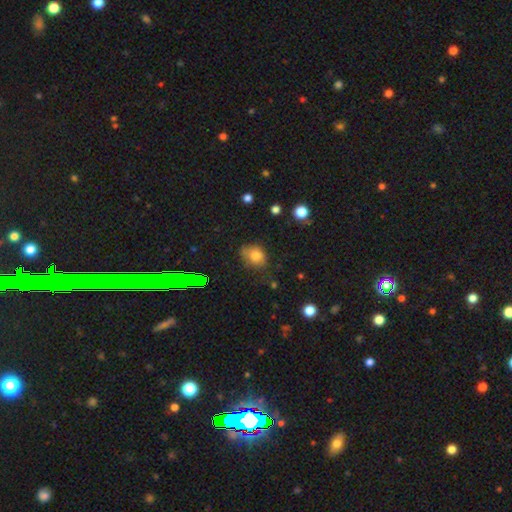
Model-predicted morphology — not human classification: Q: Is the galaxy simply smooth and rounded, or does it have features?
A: smooth — 76%.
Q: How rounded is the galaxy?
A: round — 51%.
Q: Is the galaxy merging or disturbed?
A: none — 60%.